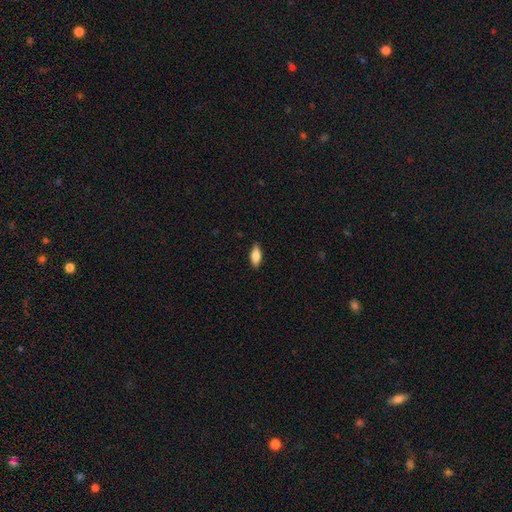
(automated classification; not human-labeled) Morphology: type=smooth (79%); roundness=in between (78%); merging=none (87%).